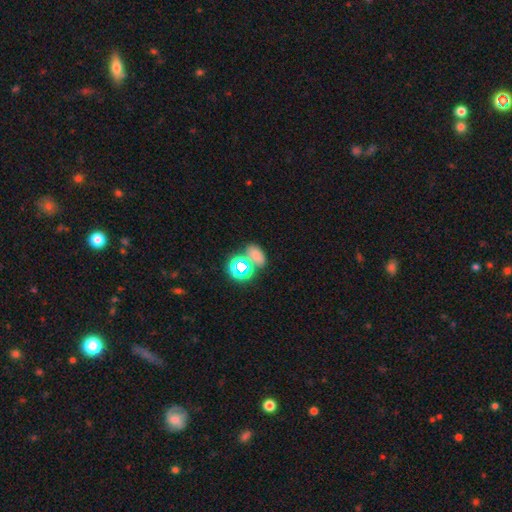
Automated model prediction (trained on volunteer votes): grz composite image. It shows a smooth galaxy with no disk features (61%) that is in between round and cigar-shaped (76%). Merging: none (53%).